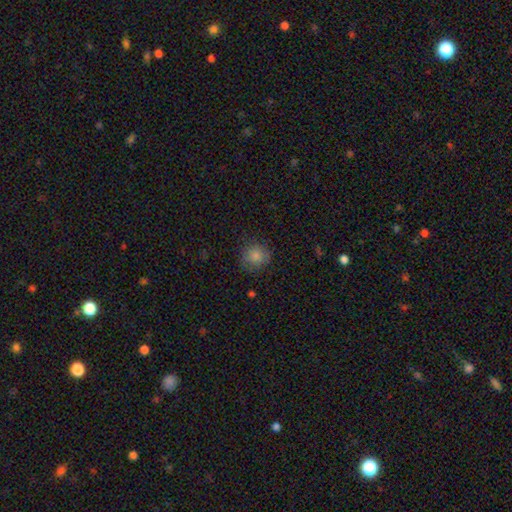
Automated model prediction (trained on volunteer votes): Smooth or featured: smooth — 85% (star or artifact — 10%)
How rounded: round — 89% (in between — 10%)
Merging: none — 83% (minor disturbance — 12%)